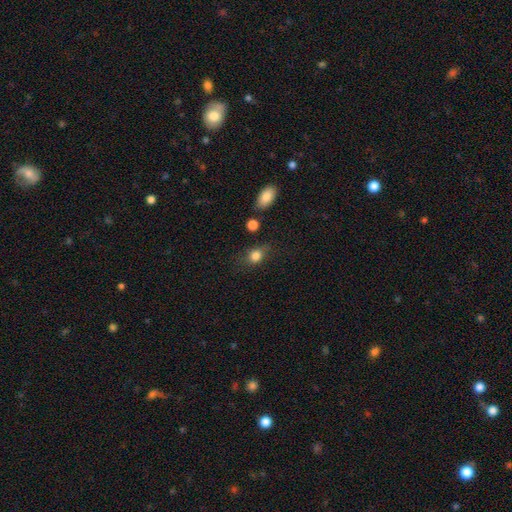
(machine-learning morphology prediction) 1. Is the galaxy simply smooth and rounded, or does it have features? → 81% smooth, 11% star or artifact, 8% featured or disk.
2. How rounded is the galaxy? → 52% round, 45% in between, 2% cigar-shaped.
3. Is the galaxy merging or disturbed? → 63% none, 23% minor disturbance, 10% major disturbance, 5% merger.